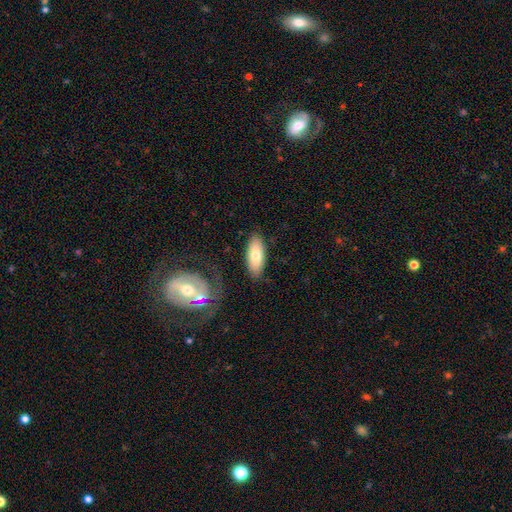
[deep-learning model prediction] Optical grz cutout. It shows a smooth galaxy with no disk features (76%) that is in between round and cigar-shaped (77%). Merging: none (80%).